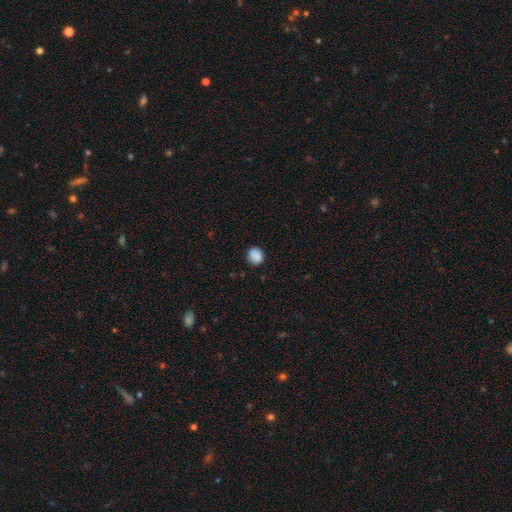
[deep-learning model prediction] Smooth or featured: smooth — 88% (star or artifact — 9%)
How rounded: round — 78% (in between — 21%)
Merging: none — 83% (minor disturbance — 13%)